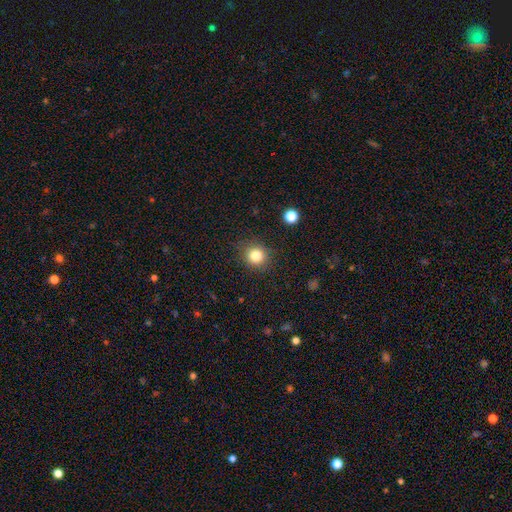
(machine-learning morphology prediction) Smooth or featured: smooth — 82% (star or artifact — 12%)
How rounded: round — 88% (in between — 11%)
Merging: none — 87% (minor disturbance — 9%)